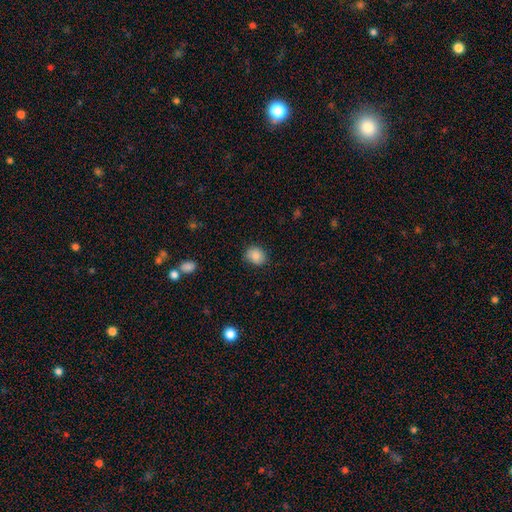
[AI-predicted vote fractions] smooth-or-featured: smooth: 84% | star or artifact: 9% | featured or disk: 7%
  how-rounded: round: 62% | in between: 37% | cigar-shaped: 1%
  merging: none: 83% | minor disturbance: 13% | major disturbance: 3% | merger: 1%